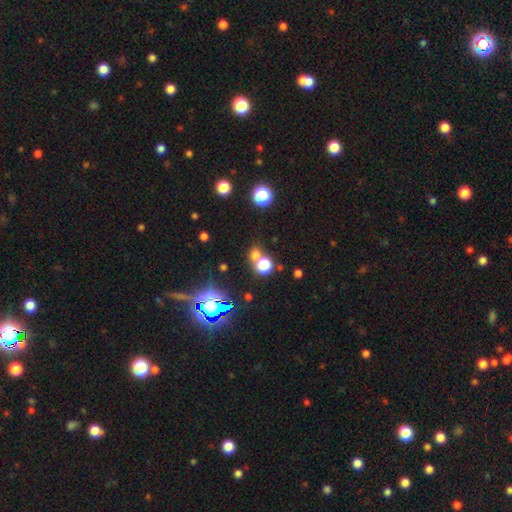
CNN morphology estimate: Overall: smooth (60%; star or artifact 31%). How rounded: round (74%). Merging: none (54%; merger 35%).